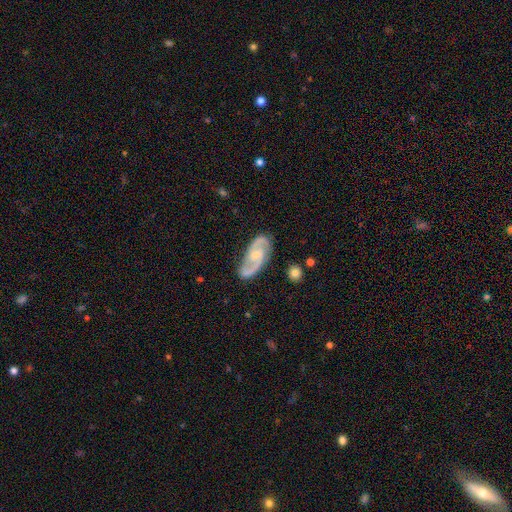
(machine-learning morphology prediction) Smooth or featured: featured or disk — 89% (smooth — 7%)
Edge-on disk: no — 97% (yes — 3%)
Bar: no — 44% (tied with weak — 44%)
Spiral arms: yes — 97% (no — 3%)
Spiral winding: medium — 56% (tight — 26%)
Spiral arm count: 2 — 92% (can't tell — 3%)
Bulge size: small — 48% (moderate — 29%)
Merging: none — 81% (minor disturbance — 14%)